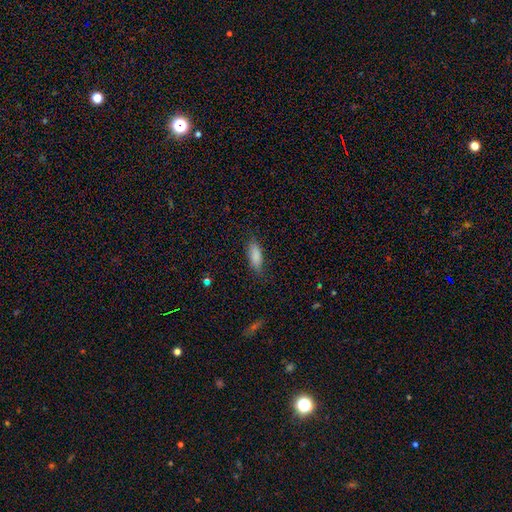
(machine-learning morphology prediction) Overall: smooth (86%). How rounded: in between (67%; cigar-shaped 31%). Merging: none (80%).